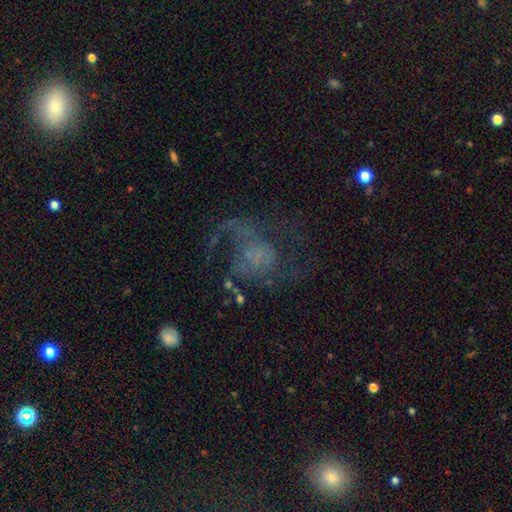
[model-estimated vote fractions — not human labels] Morphology: type=featured or disk (63%); edge-on=no (98%); bar=no (79%); spiral arms=yes (62%); bulge=none (57%); merging=major disturbance (44%).